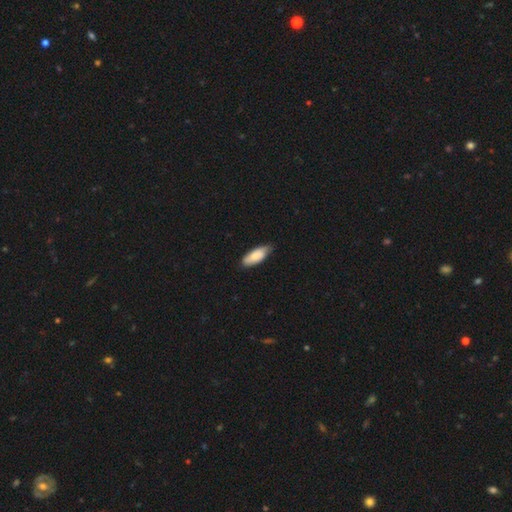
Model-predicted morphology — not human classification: This appears to be a smooth galaxy with no disk features (82%) that is in between round and cigar-shaped (77%). Merging: none (71%).